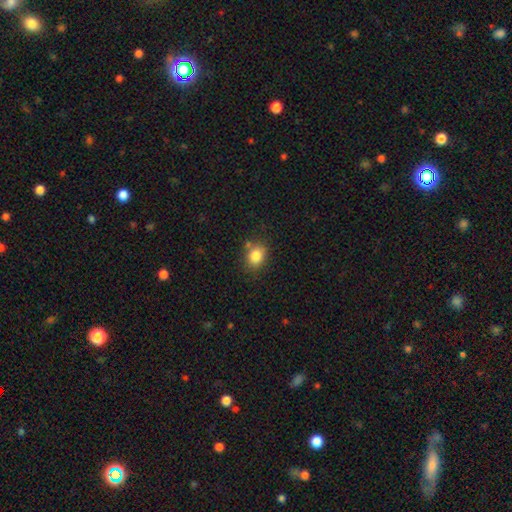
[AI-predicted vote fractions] smooth 83%, star or artifact 10%, featured or disk 7%. Down the decision tree: how rounded — round (50%); merging — none (75%).